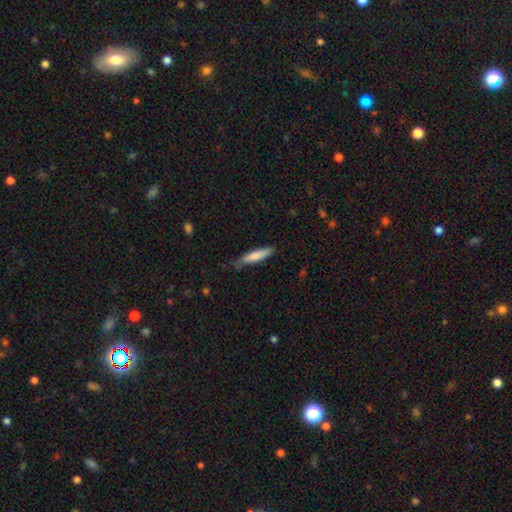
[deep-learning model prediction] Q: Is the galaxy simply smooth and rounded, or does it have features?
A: smooth — 77%.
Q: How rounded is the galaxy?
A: cigar-shaped — 83%.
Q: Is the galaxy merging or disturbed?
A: none — 69%.